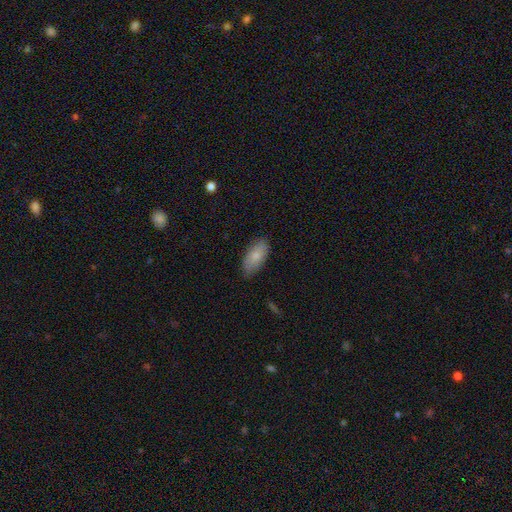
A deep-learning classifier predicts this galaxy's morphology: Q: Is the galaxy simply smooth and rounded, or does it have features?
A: smooth — 79%.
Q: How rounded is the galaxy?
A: in between — 91%.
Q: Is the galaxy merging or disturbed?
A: none — 81%.